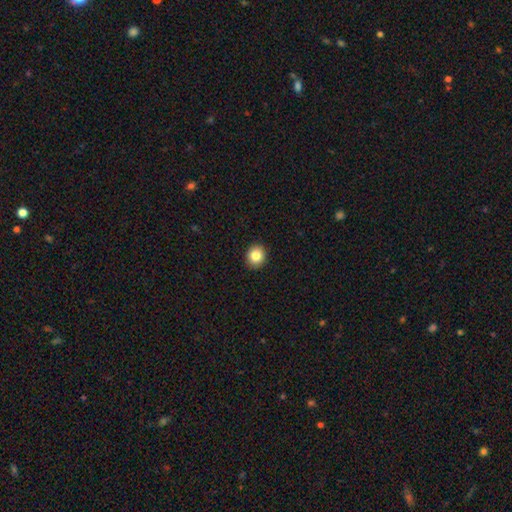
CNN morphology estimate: A smooth galaxy with no disk features (84%) that is round (79%). Merging: none (92%).